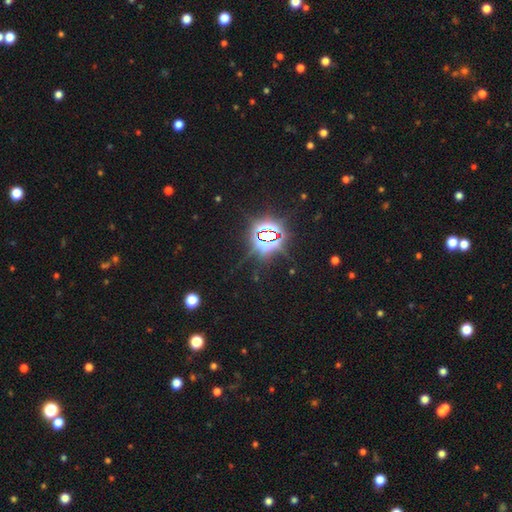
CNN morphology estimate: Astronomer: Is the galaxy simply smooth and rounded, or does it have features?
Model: star or artifact — 76%.